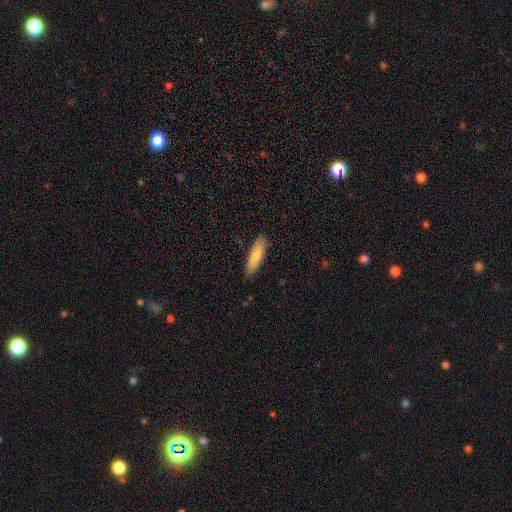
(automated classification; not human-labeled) Morphology: type=smooth (82%); roundness=cigar-shaped (55%); merging=none (87%).